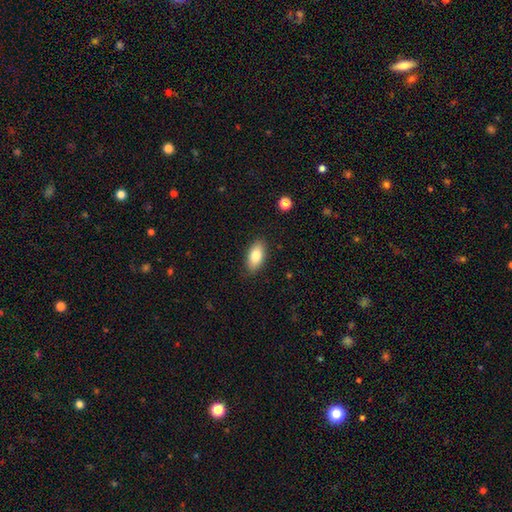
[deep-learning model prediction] This appears to be a smooth galaxy with no disk features (81%) that is in between round and cigar-shaped (90%). Merging: none (86%).